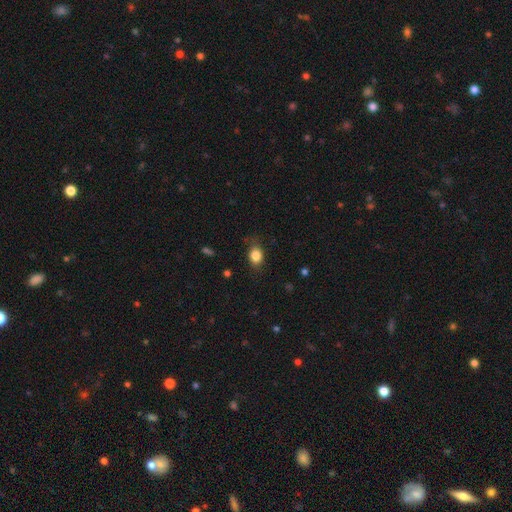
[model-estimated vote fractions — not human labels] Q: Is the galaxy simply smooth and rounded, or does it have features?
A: smooth — 84%.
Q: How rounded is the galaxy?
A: in between — 61%.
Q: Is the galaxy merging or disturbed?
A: none — 74%.